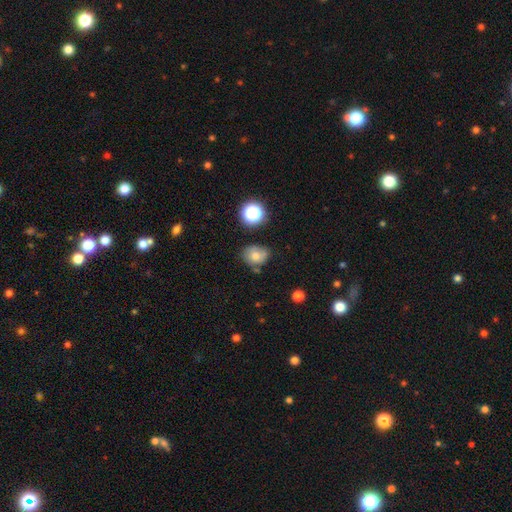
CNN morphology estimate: Q: Smooth or featured?
A: smooth (69%); runner-up: featured or disk (17%)
Q: How rounded?
A: round (57%); runner-up: in between (42%)
Q: Merging?
A: none (57%); runner-up: minor disturbance (27%)